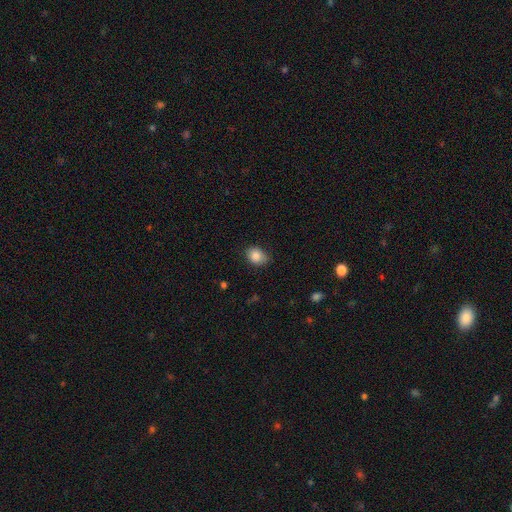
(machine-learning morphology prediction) This appears to be a smooth galaxy with no disk features (85%) that is in between round and cigar-shaped (57%). Merging: none (78%).